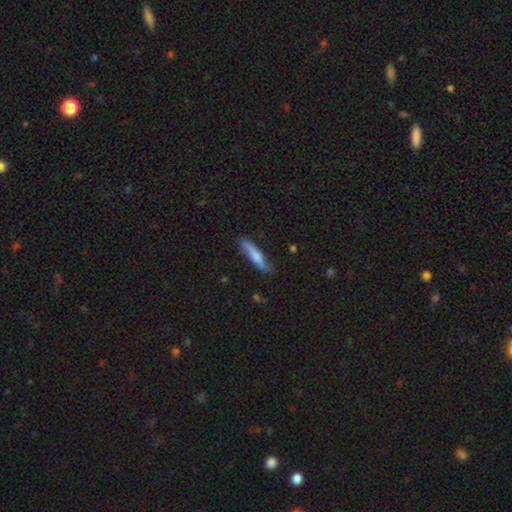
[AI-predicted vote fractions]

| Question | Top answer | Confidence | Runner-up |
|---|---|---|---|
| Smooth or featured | smooth | 61% | featured or disk (33%) |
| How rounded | cigar-shaped | 84% | in between (14%) |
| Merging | none | 67% | minor disturbance (24%) |